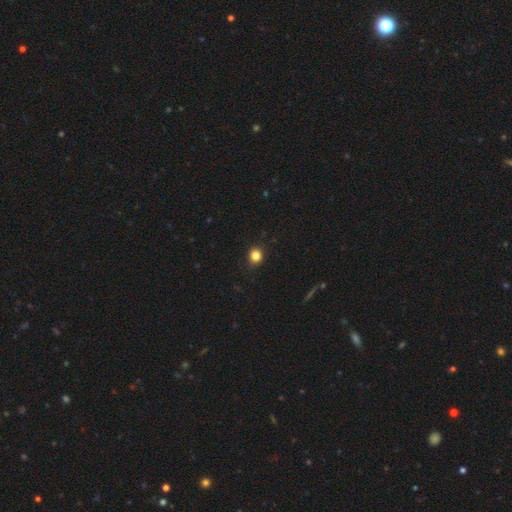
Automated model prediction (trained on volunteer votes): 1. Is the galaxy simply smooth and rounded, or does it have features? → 83% smooth, 12% star or artifact, 5% featured or disk.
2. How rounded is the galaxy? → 81% round, 18% in between, 1% cigar-shaped.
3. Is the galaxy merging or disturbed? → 89% none, 8% minor disturbance, 2% major disturbance, 1% merger.